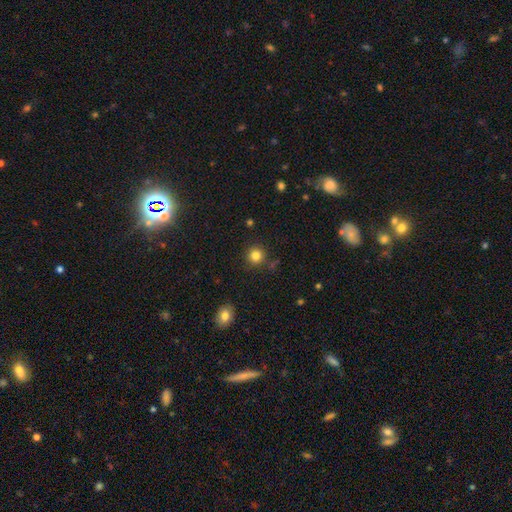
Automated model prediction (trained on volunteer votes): This is clearly a smooth galaxy (82%). How rounded: clearly round (93%). Merging: clearly none (87%).